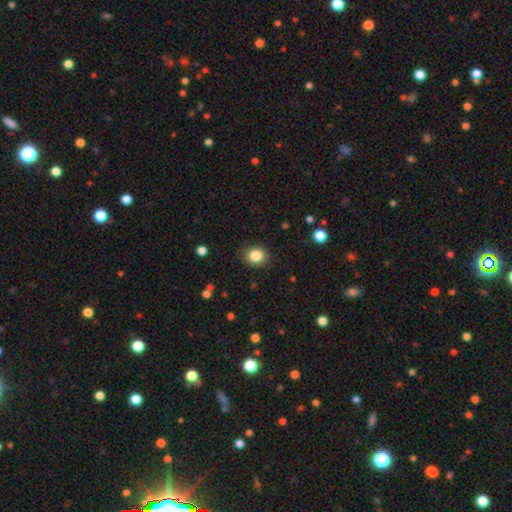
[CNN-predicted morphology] Smooth or featured: smooth — 85% (star or artifact — 10%)
How rounded: round — 69% (in between — 30%)
Merging: none — 86% (minor disturbance — 10%)